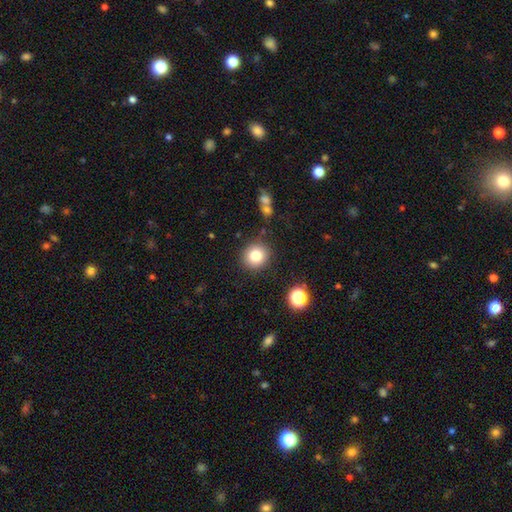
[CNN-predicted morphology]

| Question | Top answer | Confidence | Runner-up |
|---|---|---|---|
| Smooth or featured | smooth | 80% | star or artifact (11%) |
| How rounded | round | 89% | in between (10%) |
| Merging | none | 87% | minor disturbance (8%) |